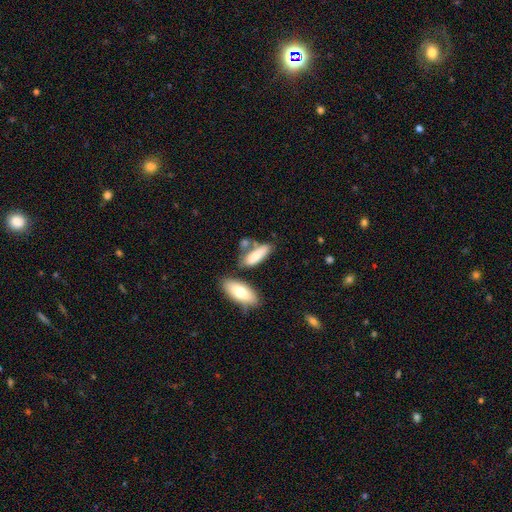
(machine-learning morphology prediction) Smooth or featured?
  - smooth: 79% *
  - featured or disk: 15%
  - star or artifact: 6%
How rounded?
  - in between: 63% *
  - cigar-shaped: 34%
  - round: 2%
Merging?
  - none: 53% *
  - merger: 21%
  - minor disturbance: 18%
  - major disturbance: 7%